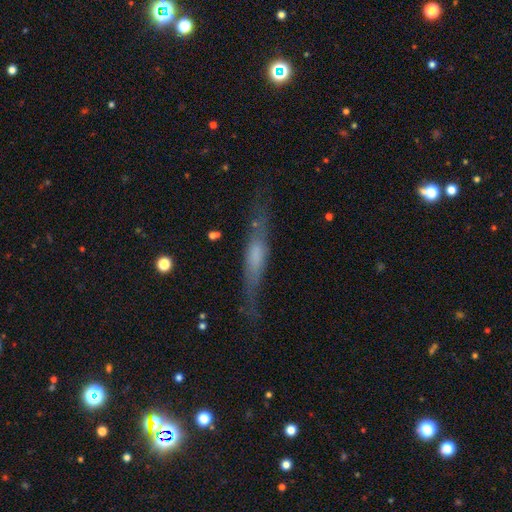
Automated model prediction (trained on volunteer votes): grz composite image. It shows a featured or disk galaxy (53%) viewed edge-on (83%). Merging: none (71%).